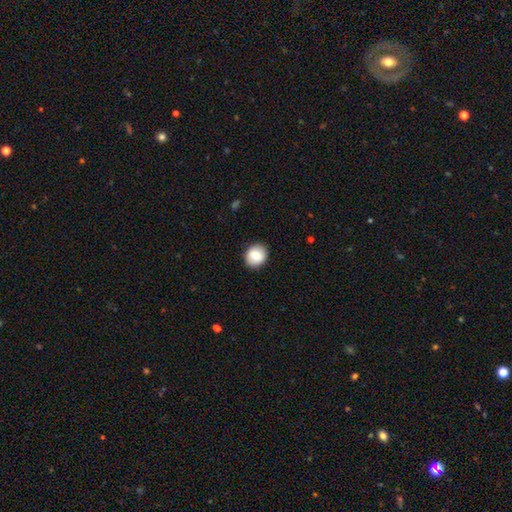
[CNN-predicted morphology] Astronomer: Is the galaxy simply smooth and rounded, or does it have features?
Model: smooth — 83%.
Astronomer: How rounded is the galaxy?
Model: round — 77%.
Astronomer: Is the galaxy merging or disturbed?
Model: none — 89%.